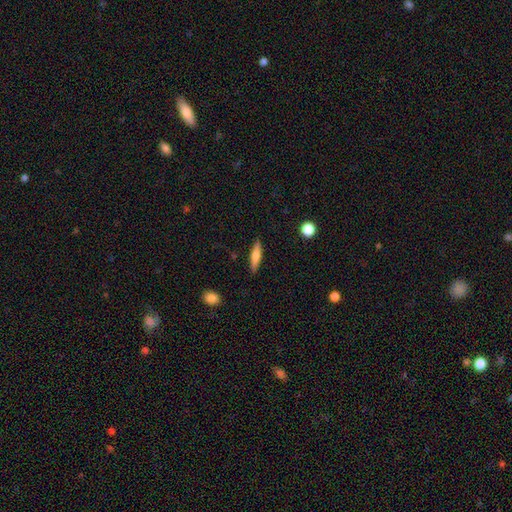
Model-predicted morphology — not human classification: Overall: smooth (60%; featured or disk 34%). How rounded: cigar-shaped (80%). Merging: none (88%).